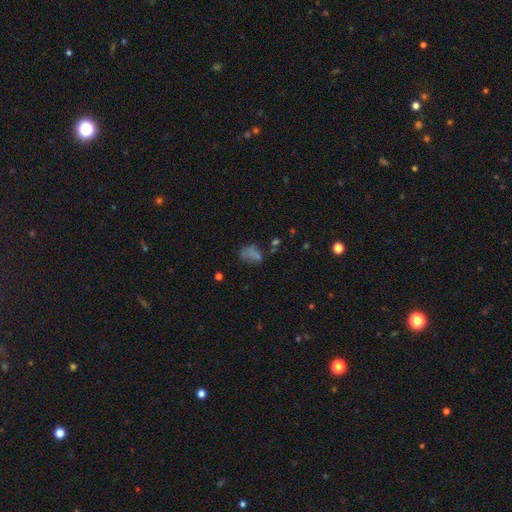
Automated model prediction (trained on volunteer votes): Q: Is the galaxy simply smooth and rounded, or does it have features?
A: smooth — 50%.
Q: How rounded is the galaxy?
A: in between — 68%.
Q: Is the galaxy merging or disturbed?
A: none — 47%.